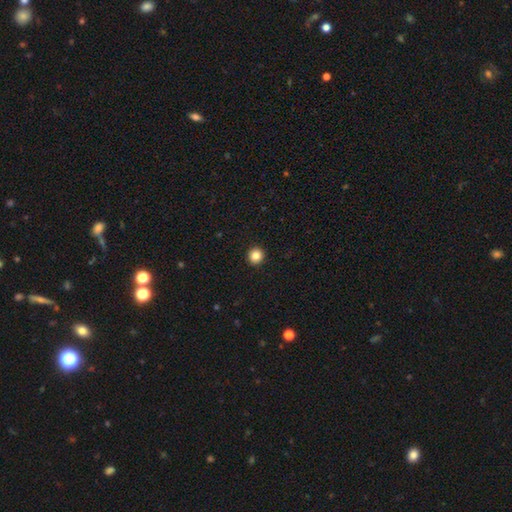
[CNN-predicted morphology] A smooth galaxy with no disk features (84%) that is round (95%).

Vote fractions:
- Smooth or featured? smooth: 84% / star or artifact: 11% / featured or disk: 5%
- How rounded? round: 95% / in between: 4% / cigar-shaped: 1%
- Merging? none: 94% / minor disturbance: 4% / major disturbance: 1% / merger: 1%